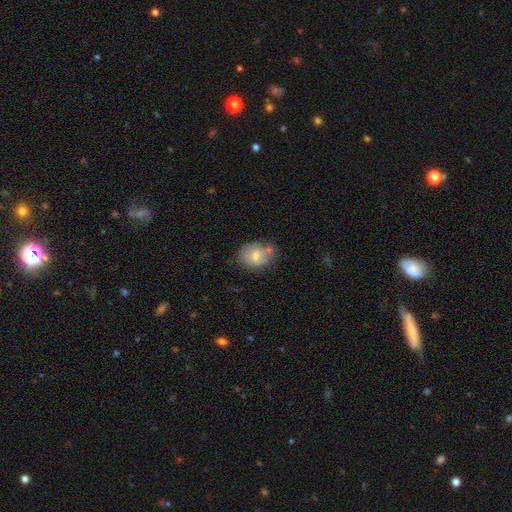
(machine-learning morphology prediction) This appears to be a smooth galaxy with no disk features (68%) that is in between round and cigar-shaped (54%). Merging: none (58%).